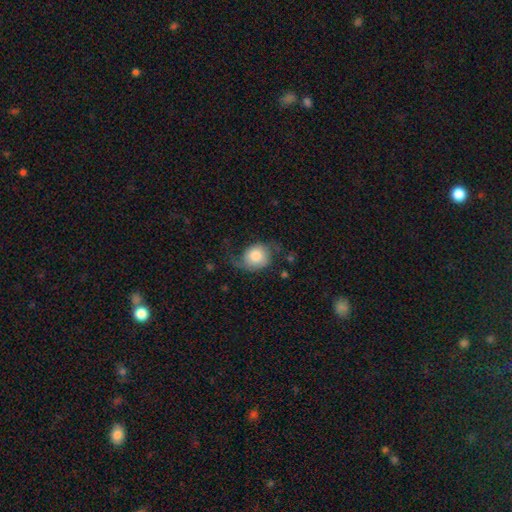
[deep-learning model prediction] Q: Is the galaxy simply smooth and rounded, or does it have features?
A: smooth — 52%.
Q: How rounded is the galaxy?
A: round — 64%.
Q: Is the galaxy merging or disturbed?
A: none — 44%.